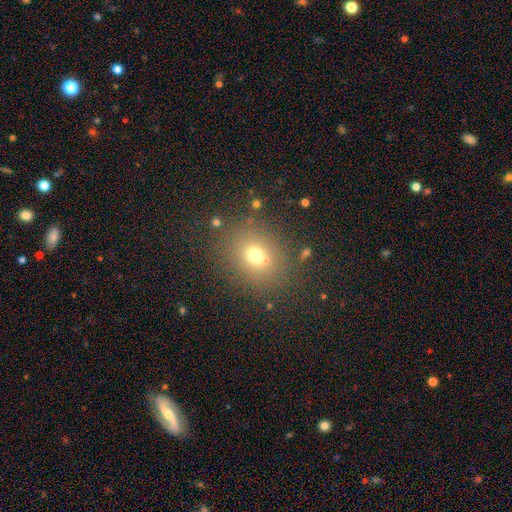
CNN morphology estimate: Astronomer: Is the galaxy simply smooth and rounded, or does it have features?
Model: smooth — 68%.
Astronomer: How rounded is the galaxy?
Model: round — 65%.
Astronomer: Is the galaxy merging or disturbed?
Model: none — 78%.